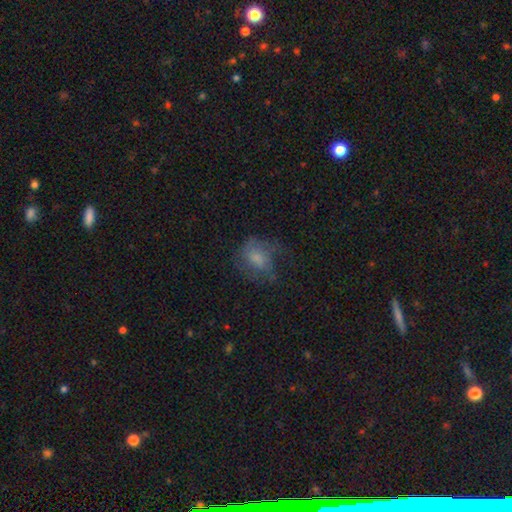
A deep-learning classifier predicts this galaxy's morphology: smooth 54%, featured or disk 33%, star or artifact 12%. Down the decision tree: how rounded — in between (54%); merging — none (44%).